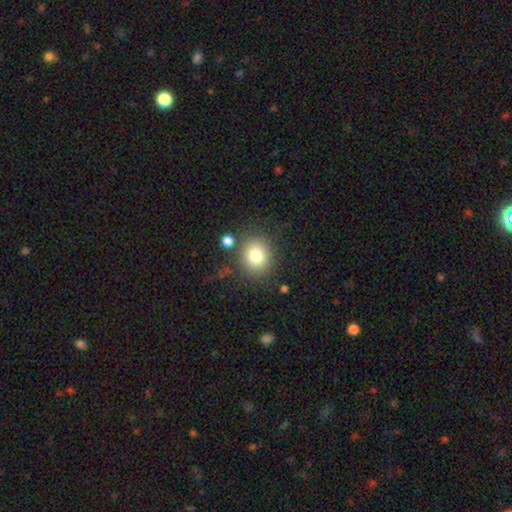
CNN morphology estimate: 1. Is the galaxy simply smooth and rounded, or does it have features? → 79% smooth, 11% star or artifact, 10% featured or disk.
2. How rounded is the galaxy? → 81% round, 18% in between, 1% cigar-shaped.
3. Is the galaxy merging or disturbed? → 80% none, 10% minor disturbance, 6% merger, 4% major disturbance.